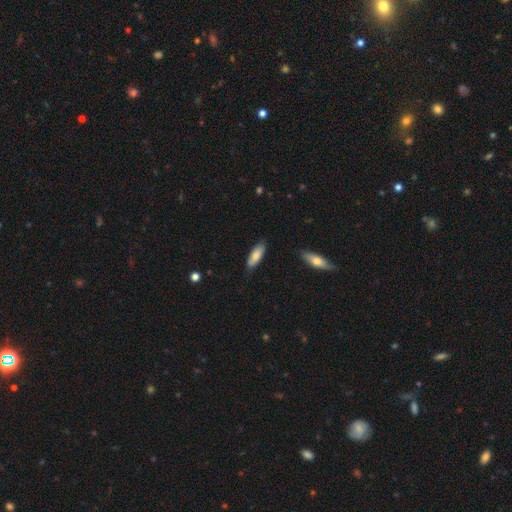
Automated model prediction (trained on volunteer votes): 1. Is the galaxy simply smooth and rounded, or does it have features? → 78% smooth, 16% featured or disk, 6% star or artifact.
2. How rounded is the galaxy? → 68% in between, 30% cigar-shaped, 2% round.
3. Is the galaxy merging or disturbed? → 80% none, 16% minor disturbance, 2% major disturbance, 2% merger.